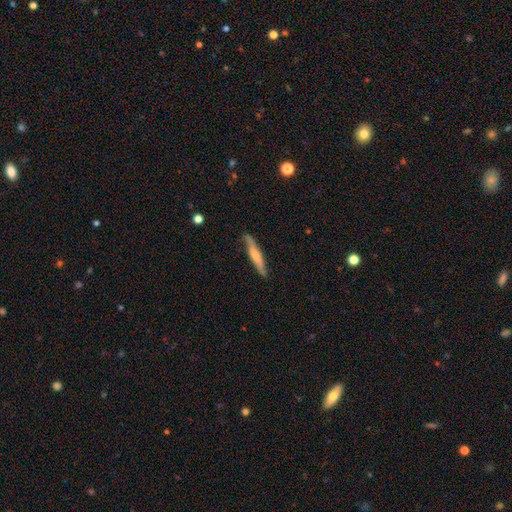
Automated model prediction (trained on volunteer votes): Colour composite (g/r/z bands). It shows a smooth galaxy with no disk features (56%) that is cigar-shaped (92%). Merging: none (81%).